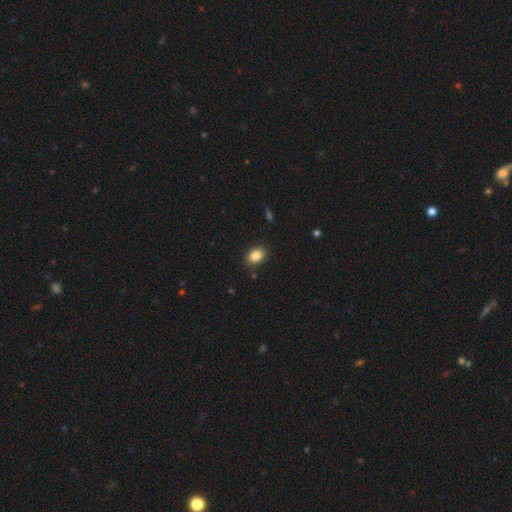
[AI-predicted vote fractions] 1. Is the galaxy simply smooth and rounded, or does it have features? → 86% smooth, 9% star or artifact, 5% featured or disk.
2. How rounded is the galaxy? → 76% in between, 23% round, 1% cigar-shaped.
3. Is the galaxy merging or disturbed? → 88% none, 9% minor disturbance, 2% major disturbance, 1% merger.